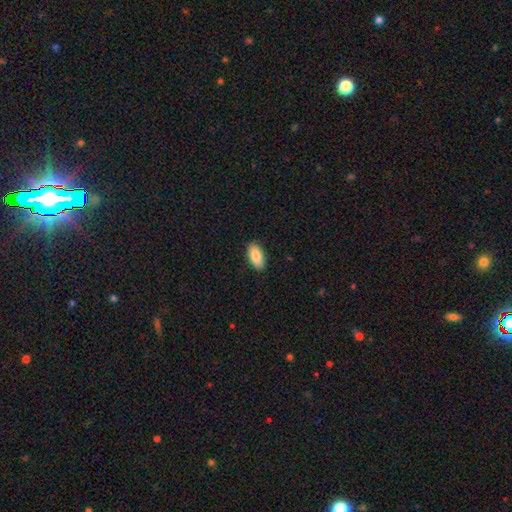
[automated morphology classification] A smooth galaxy with no disk features (87%) that is in between round and cigar-shaped (94%). Merging: none (88%).